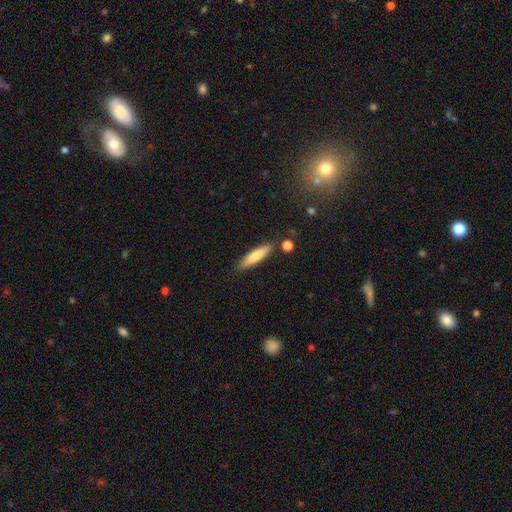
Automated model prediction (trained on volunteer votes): This appears to be a smooth galaxy with no disk features (74%) that is cigar-shaped (75%). Merging: none (83%).